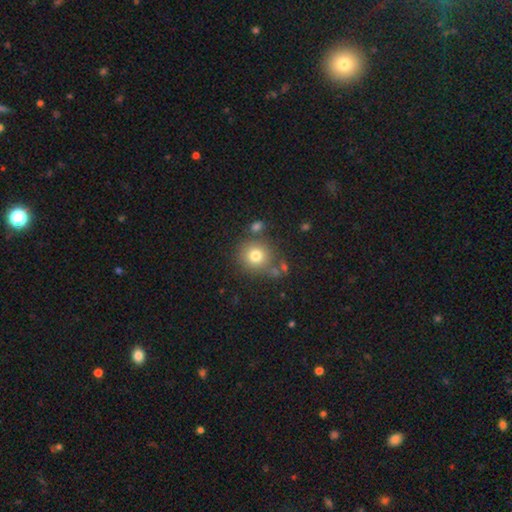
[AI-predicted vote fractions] A smooth galaxy with no disk features (77%) that is round (89%). Merging: none (73%).